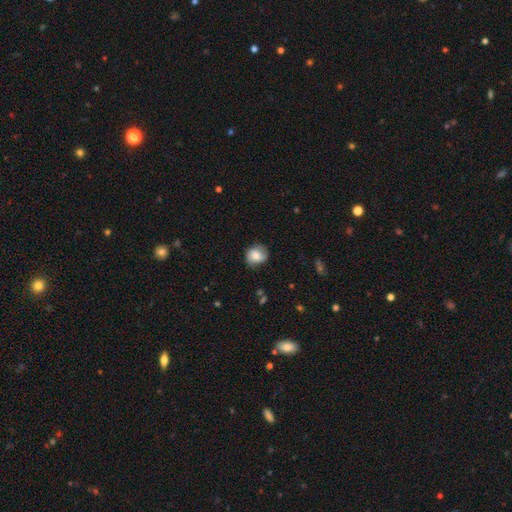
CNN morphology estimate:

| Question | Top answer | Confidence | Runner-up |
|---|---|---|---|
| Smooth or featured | smooth | 66% | featured or disk (25%) |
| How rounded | round | 75% | in between (24%) |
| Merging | none | 73% | minor disturbance (20%) |